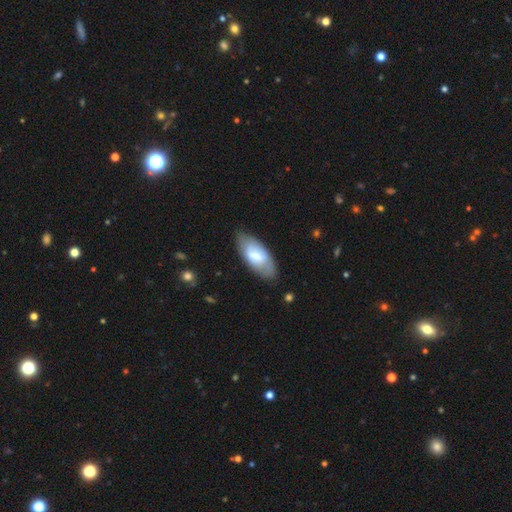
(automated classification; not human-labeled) This is possibly a smooth galaxy (56%). How rounded: clearly in between (86%). Merging: likely none (78%).